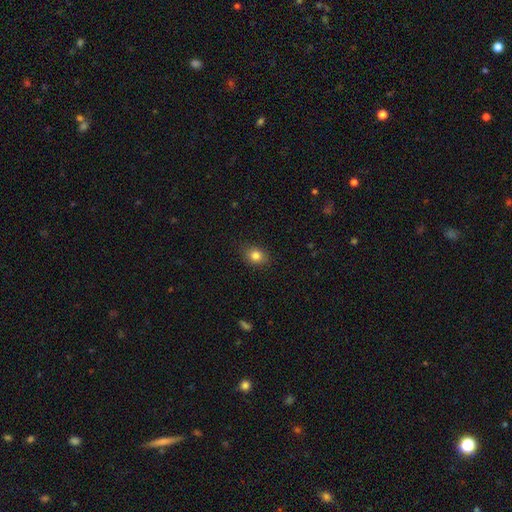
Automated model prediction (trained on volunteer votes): This is clearly a smooth galaxy (82%). How rounded: possibly in between (57%). Merging: clearly none (87%).